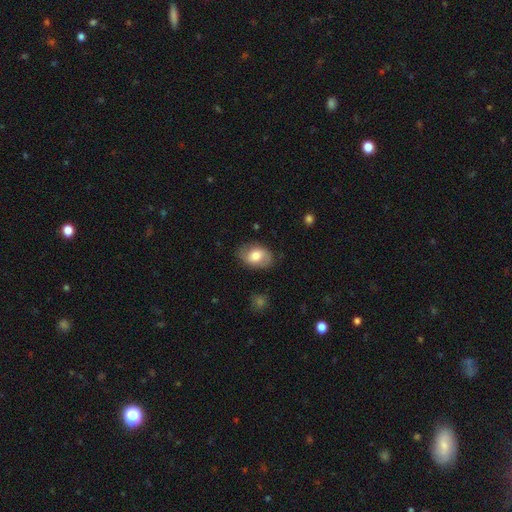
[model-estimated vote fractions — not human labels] A smooth galaxy with no disk features (66%) that is in between round and cigar-shaped (84%). Merging: none (77%).